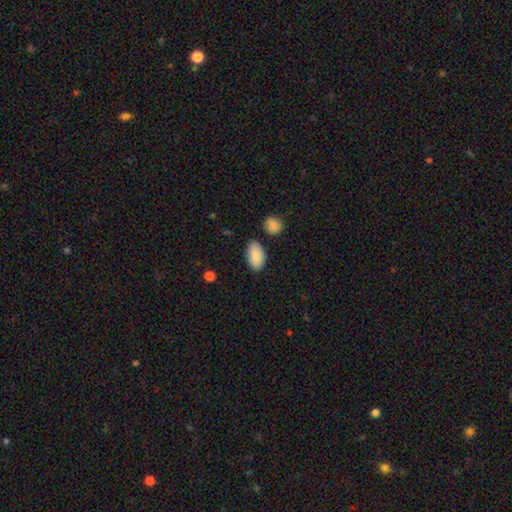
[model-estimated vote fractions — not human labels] This appears to be a smooth galaxy with no disk features (88%) that is in between round and cigar-shaped (94%). Merging: none (82%).